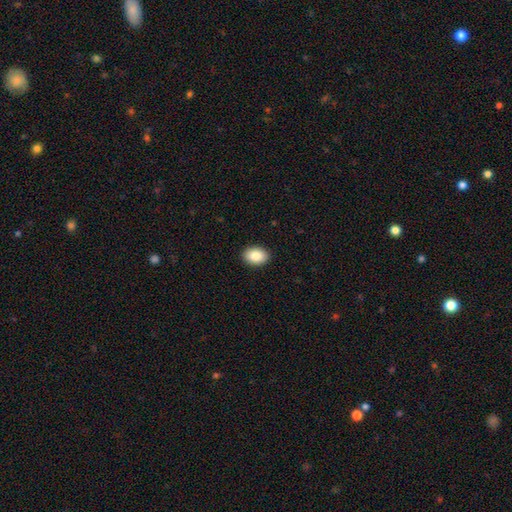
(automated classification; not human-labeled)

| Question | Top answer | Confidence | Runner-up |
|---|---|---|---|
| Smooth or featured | smooth | 87% | star or artifact (7%) |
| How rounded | in between | 83% | round (16%) |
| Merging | none | 91% | minor disturbance (7%) |